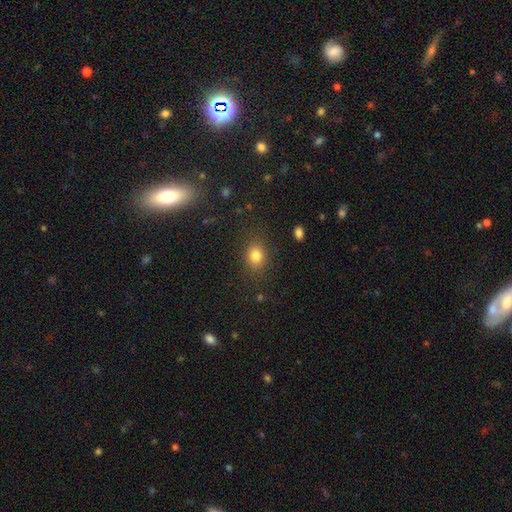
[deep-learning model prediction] Smooth or featured: smooth — 81% (star or artifact — 12%)
How rounded: round — 52% (in between — 47%)
Merging: none — 84% (minor disturbance — 10%)